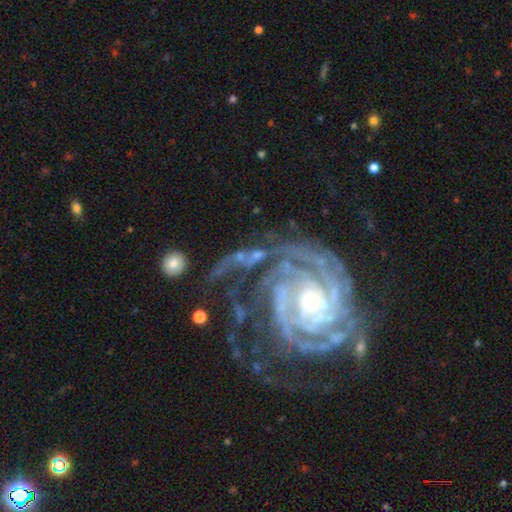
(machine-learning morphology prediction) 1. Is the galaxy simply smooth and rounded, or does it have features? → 91% featured or disk, 5% star or artifact, 4% smooth.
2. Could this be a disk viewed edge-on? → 97% no, 3% yes.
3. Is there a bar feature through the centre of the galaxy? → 66% no, 21% weak, 13% strong.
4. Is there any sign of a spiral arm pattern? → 98% yes, 2% no.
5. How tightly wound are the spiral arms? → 73% tight, 22% medium, 5% loose.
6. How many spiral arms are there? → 21% 3, 20% can't tell, 19% 4, 19% 2, 12% more than 4, 9% 1.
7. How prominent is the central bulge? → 60% small, 35% moderate, 3% large, 1% none, 1% dominant.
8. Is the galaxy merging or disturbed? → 51% none, 23% major disturbance, 20% minor disturbance, 5% merger.